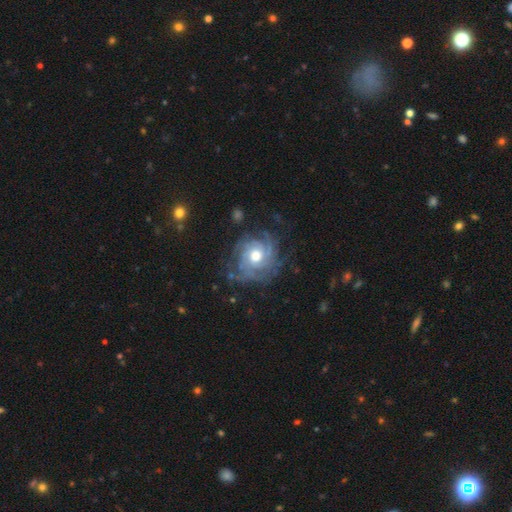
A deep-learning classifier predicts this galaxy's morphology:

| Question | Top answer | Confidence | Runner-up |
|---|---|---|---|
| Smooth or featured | featured or disk | 84% | smooth (9%) |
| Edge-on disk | no | 98% | yes (2%) |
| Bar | no | 75% | weak (21%) |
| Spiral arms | yes | 95% | no (5%) |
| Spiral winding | tight | 67% | medium (27%) |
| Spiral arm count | can't tell | 31% | 3 (21%) |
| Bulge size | moderate | 66% | large (26%) |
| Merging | none | 72% | minor disturbance (17%) |